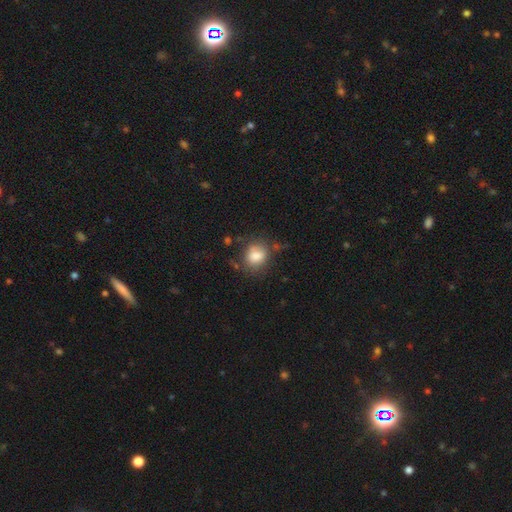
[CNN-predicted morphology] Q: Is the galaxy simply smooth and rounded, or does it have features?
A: smooth — 82%.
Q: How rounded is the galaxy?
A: round — 55%.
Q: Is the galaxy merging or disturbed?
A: none — 63%.